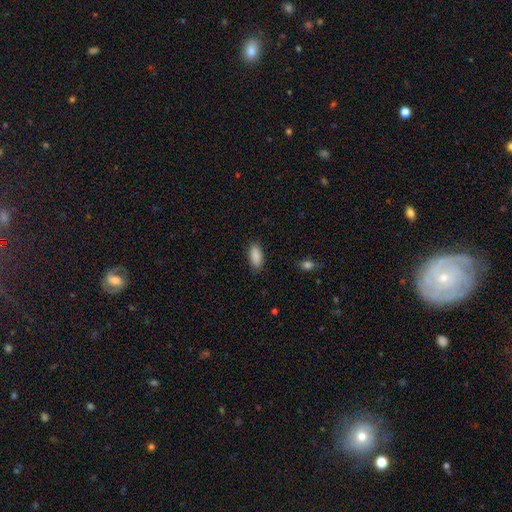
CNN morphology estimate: A smooth galaxy with no disk features (90%) that is in between round and cigar-shaped (87%).

Vote fractions:
- Smooth or featured? smooth: 90% / star or artifact: 7% / featured or disk: 3%
- How rounded? in between: 87% / cigar-shaped: 11% / round: 2%
- Merging? none: 86% / minor disturbance: 10% / major disturbance: 2% / merger: 1%